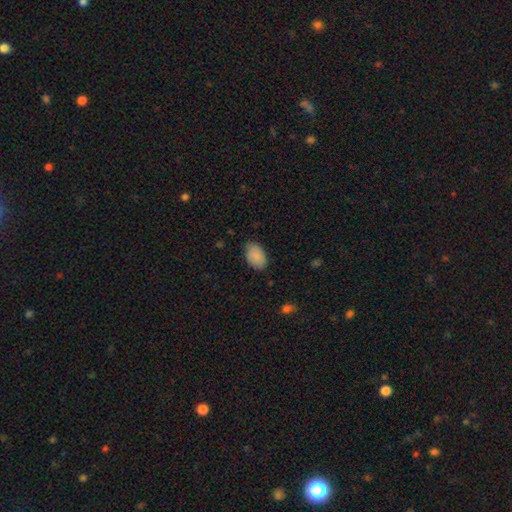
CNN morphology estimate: Smooth or featured: smooth — 89% (star or artifact — 6%)
How rounded: in between — 91% (round — 8%)
Merging: none — 81% (minor disturbance — 15%)